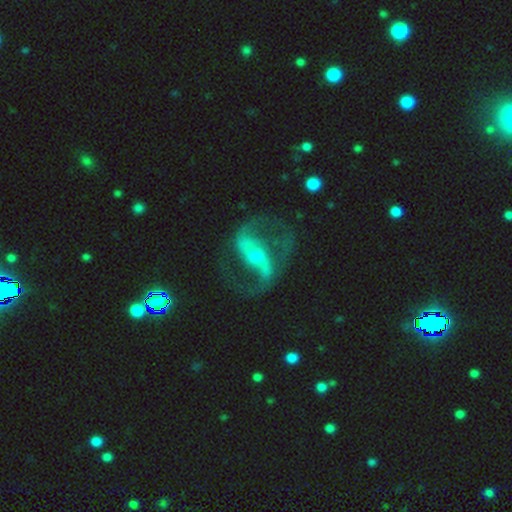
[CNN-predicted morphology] This appears to be a featured or disk galaxy (87%) with a strong bar (52%), 2 (92%) medium (47%) spiral arms (93%) and a small central bulge (49%). Merging: none (70%).